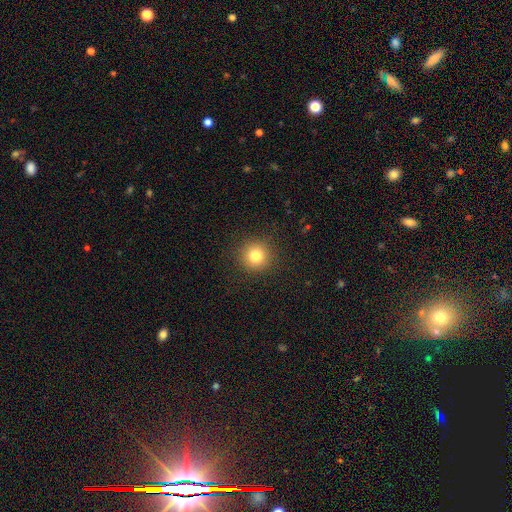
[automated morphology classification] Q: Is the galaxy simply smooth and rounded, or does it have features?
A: smooth — 80%.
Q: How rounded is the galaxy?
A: round — 94%.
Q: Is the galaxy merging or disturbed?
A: none — 91%.